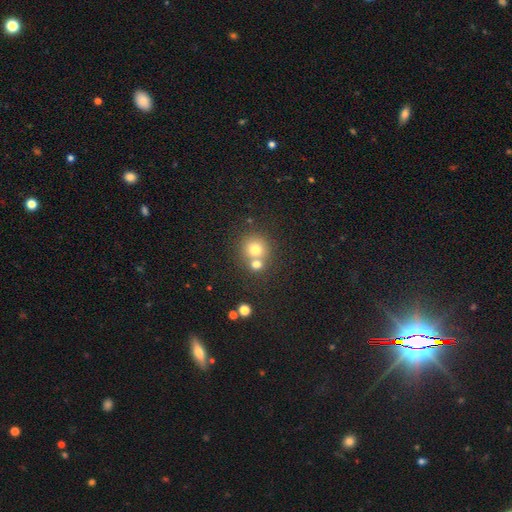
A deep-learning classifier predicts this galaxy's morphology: Smooth or featured? Predicted: smooth (p=0.68). How rounded? Predicted: round (p=0.87). Merging? Predicted: none (p=0.51).